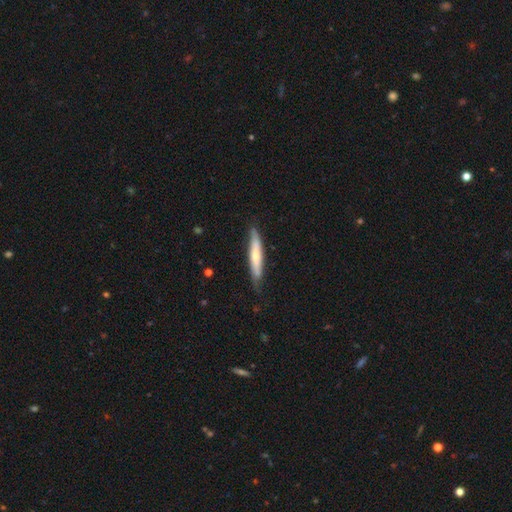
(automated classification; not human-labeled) A smooth galaxy with no disk features (54%) that is cigar-shaped (90%).

Vote fractions:
- Smooth or featured? smooth: 54% / featured or disk: 41% / star or artifact: 5%
- How rounded? cigar-shaped: 90% / in between: 9% / round: 1%
- Merging? none: 76% / minor disturbance: 19% / major disturbance: 3% / merger: 1%